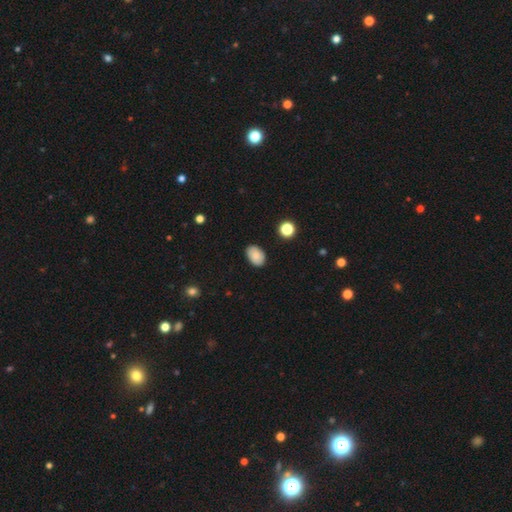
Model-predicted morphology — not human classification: A smooth galaxy with no disk features (82%) that is in between round and cigar-shaped (84%).

Vote fractions:
- Smooth or featured? smooth: 82% / featured or disk: 9% / star or artifact: 8%
- How rounded? in between: 84% / round: 15% / cigar-shaped: 1%
- Merging? none: 85% / minor disturbance: 11% / major disturbance: 2% / merger: 1%